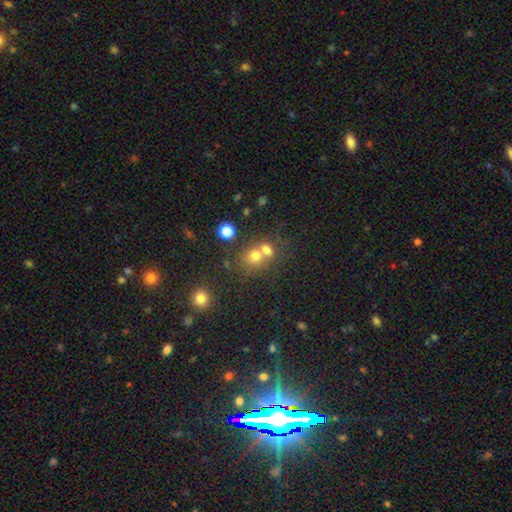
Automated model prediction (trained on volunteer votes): The model was most divided on "merging": merger: 52%, none: 38%, minor disturbance: 7%, major disturbance: 3%. More confident: how rounded — round (70%); smooth or featured — smooth (67%).